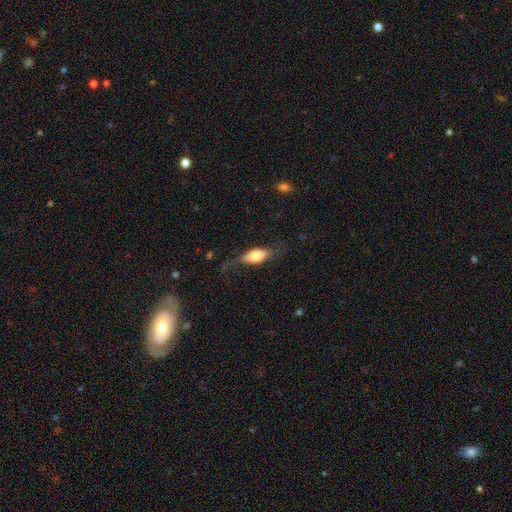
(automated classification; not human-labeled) A smooth galaxy with no disk features (61%) that is in between round and cigar-shaped (73%).

Vote fractions:
- Smooth or featured? smooth: 61% / featured or disk: 33% / star or artifact: 6%
- How rounded? in between: 73% / cigar-shaped: 23% / round: 4%
- Merging? none: 54% / minor disturbance: 24% / major disturbance: 19% / merger: 2%